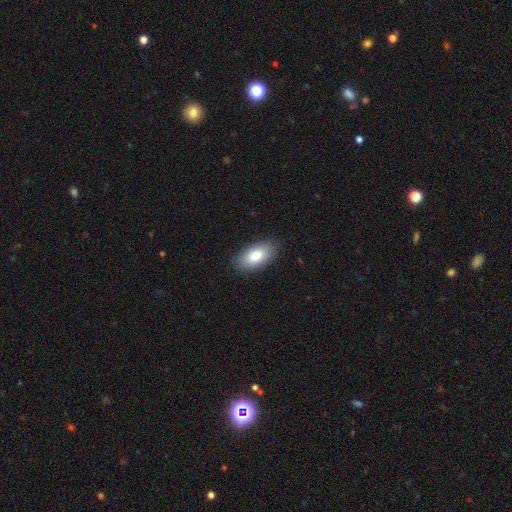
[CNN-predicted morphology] Smooth or featured: smooth — 83% (featured or disk — 10%)
How rounded: in between — 92% (cigar-shaped — 5%)
Merging: none — 87% (minor disturbance — 10%)